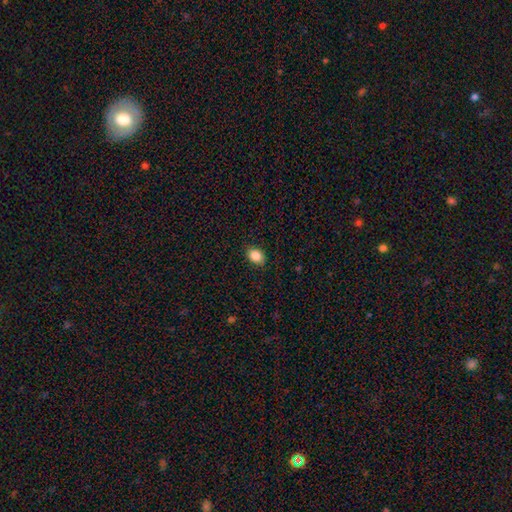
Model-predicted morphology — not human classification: Smooth or featured: smooth — 88% (star or artifact — 9%)
How rounded: in between — 71% (round — 28%)
Merging: none — 88% (minor disturbance — 9%)